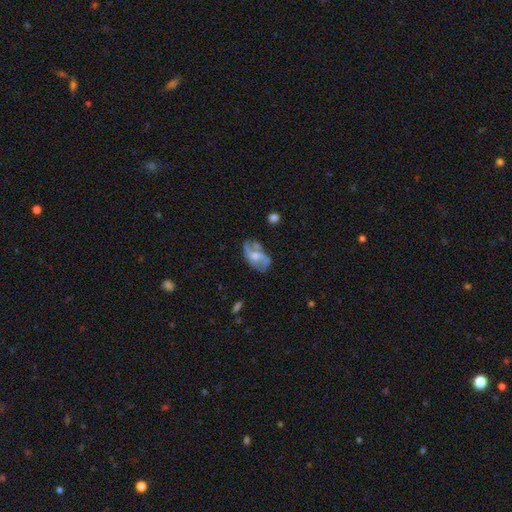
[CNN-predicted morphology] Smooth or featured: featured or disk — 65% (smooth — 27%)
Edge-on disk: no — 94% (yes — 6%)
Bar: no — 59% (weak — 32%)
Spiral arms: yes — 67% (no — 33%)
Bulge size: moderate — 52% (small — 30%)
Merging: none — 48% (minor disturbance — 25%)